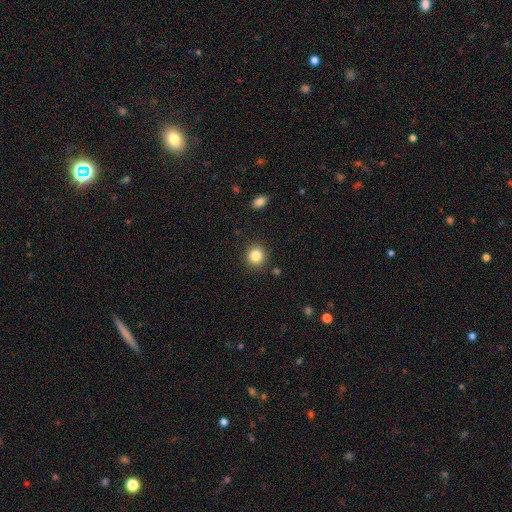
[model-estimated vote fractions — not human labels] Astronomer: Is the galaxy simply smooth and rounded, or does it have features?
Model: smooth — 85%.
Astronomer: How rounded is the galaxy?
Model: round — 89%.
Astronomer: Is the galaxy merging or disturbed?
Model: none — 89%.